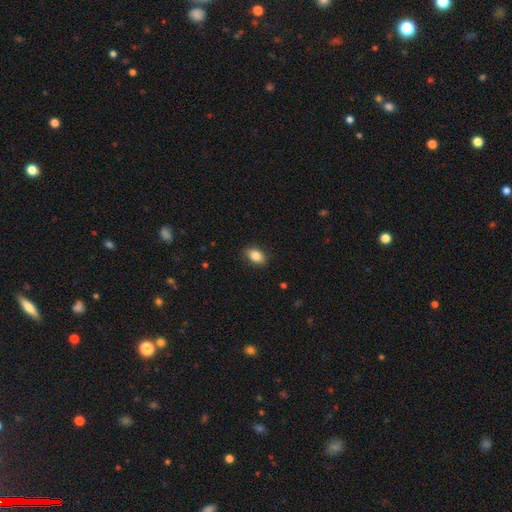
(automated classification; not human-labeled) This appears to be a smooth galaxy with no disk features (85%) that is in between round and cigar-shaped (88%). Merging: none (88%).